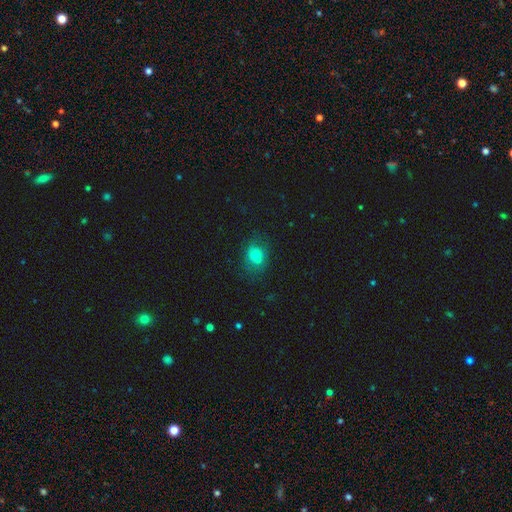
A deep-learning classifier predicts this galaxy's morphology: Overall: smooth (70%). How rounded: round (50%; in between 49%). Merging: none (52%; minor disturbance 21%).